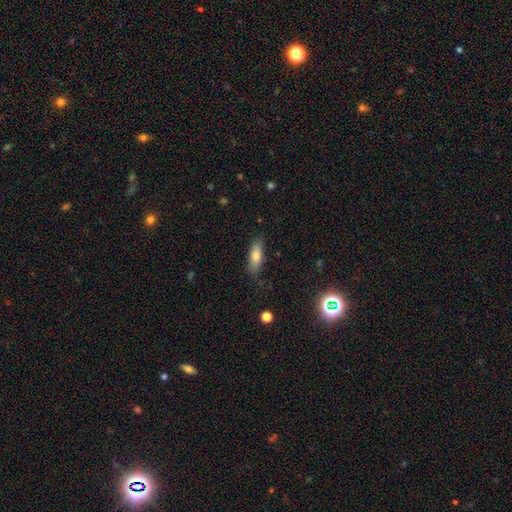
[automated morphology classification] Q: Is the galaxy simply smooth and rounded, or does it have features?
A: smooth — 73%.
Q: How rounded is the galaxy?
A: in between — 56%.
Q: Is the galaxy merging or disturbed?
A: none — 81%.